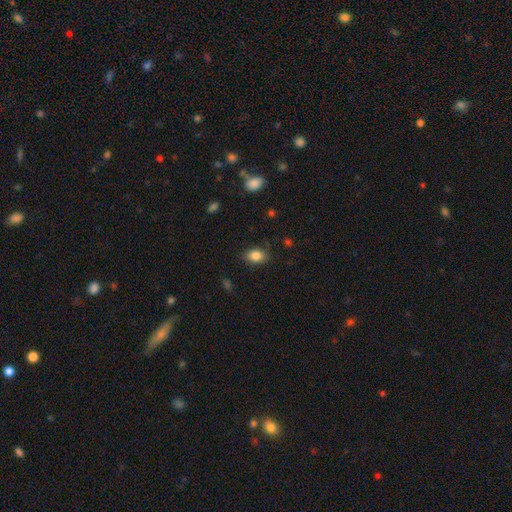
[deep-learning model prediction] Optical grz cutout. It shows a smooth galaxy with no disk features (85%) that is in between round and cigar-shaped (81%). Merging: none (82%).